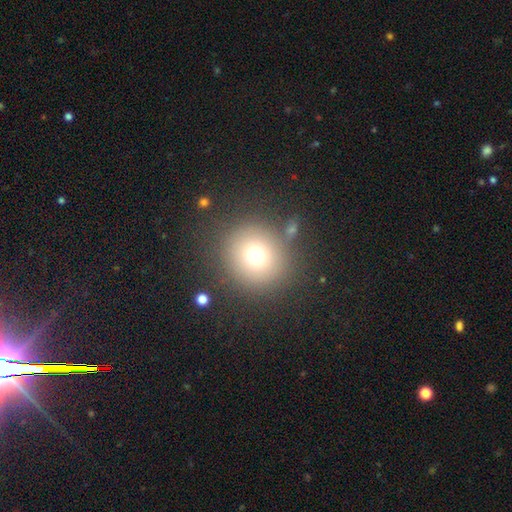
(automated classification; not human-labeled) Q: Smooth or featured?
A: smooth (71%); runner-up: star or artifact (18%)
Q: How rounded?
A: round (92%); runner-up: in between (7%)
Q: Merging?
A: none (80%); runner-up: minor disturbance (8%)